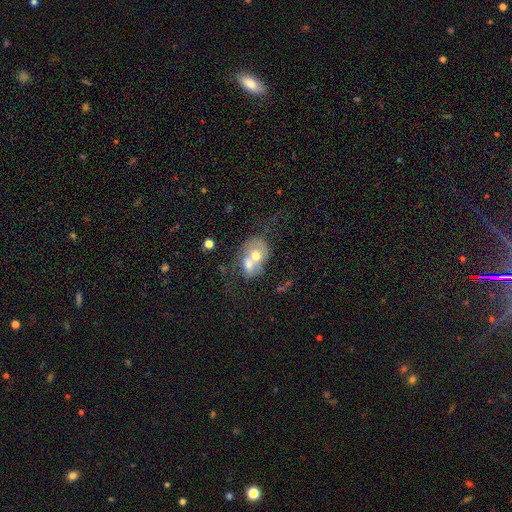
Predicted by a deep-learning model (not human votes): Smooth or featured: smooth — 55% (featured or disk — 37%)
How rounded: in between — 50% (round — 49%)
Merging: merger — 75% (none — 13%)